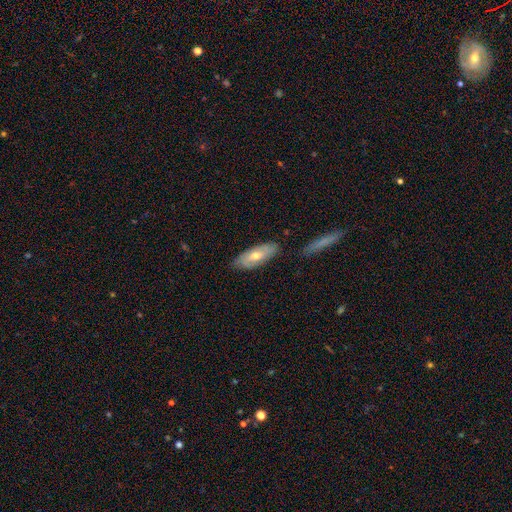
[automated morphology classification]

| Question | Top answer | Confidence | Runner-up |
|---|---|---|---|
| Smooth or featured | smooth | 52% | featured or disk (42%) |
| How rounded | in between | 72% | cigar-shaped (26%) |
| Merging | none | 79% | minor disturbance (15%) |